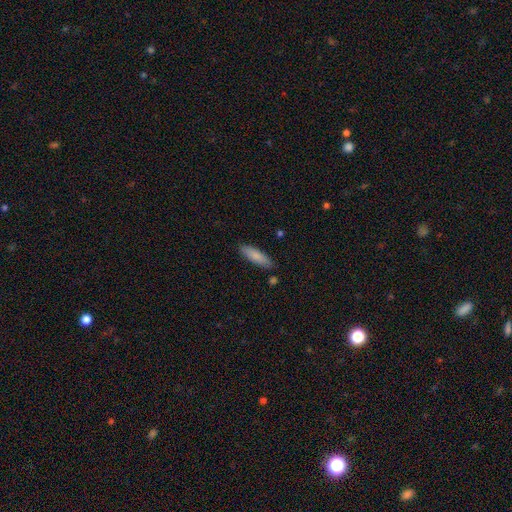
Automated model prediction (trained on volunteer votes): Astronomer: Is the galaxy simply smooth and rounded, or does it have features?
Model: smooth — 84%.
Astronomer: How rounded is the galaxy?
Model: cigar-shaped — 59% (runner-up: in between, 40%).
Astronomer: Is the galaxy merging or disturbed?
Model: none — 84%.